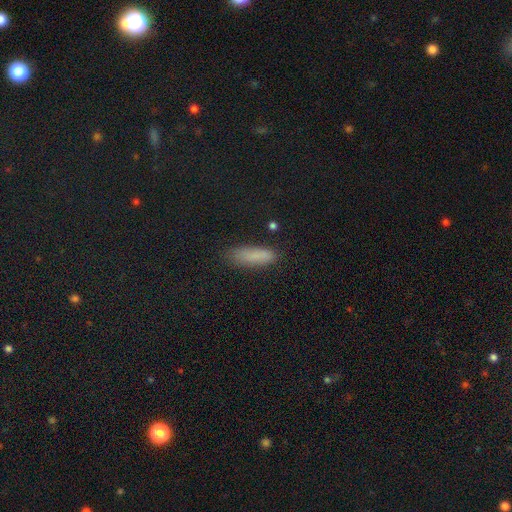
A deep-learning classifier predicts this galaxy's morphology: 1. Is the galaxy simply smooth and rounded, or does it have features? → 81% smooth, 12% star or artifact, 7% featured or disk.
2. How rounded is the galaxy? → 63% cigar-shaped, 35% in between, 3% round.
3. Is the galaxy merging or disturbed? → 79% none, 15% minor disturbance, 4% major disturbance, 2% merger.